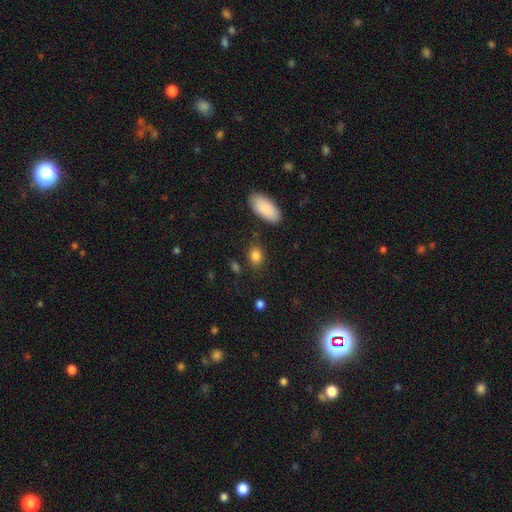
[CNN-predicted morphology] smooth_or_featured: smooth (p=0.86) [alt: star or artifact p=0.09]
how_rounded: in between (p=0.67) [alt: round p=0.31]
merging: none (p=0.81) [alt: minor disturbance p=0.12]